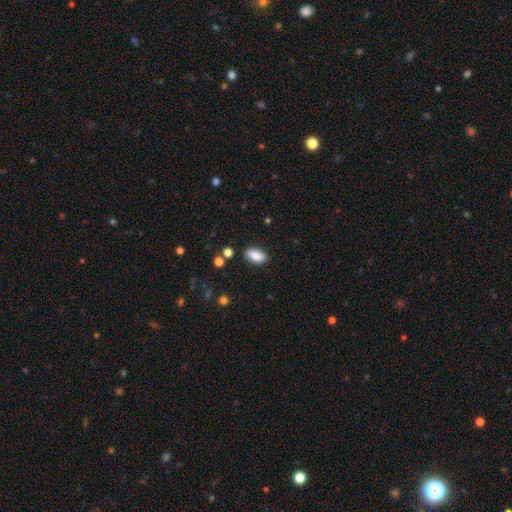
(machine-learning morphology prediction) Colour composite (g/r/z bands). It shows a smooth galaxy with no disk features (86%) that is in between round and cigar-shaped (92%). Merging: none (85%).